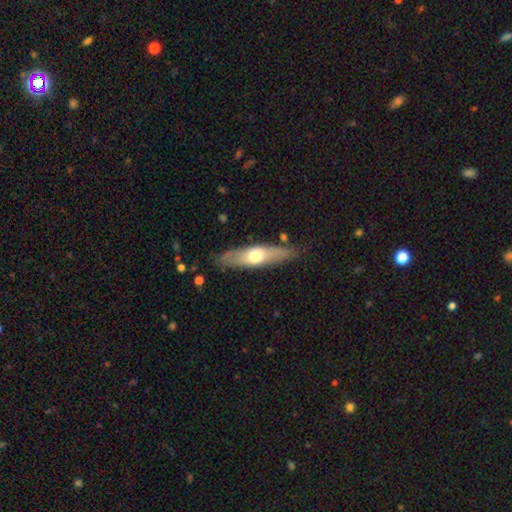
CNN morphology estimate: Q: Smooth or featured?
A: smooth (50%); runner-up: featured or disk (45%)
Q: Merging?
A: none (82%); runner-up: minor disturbance (12%)